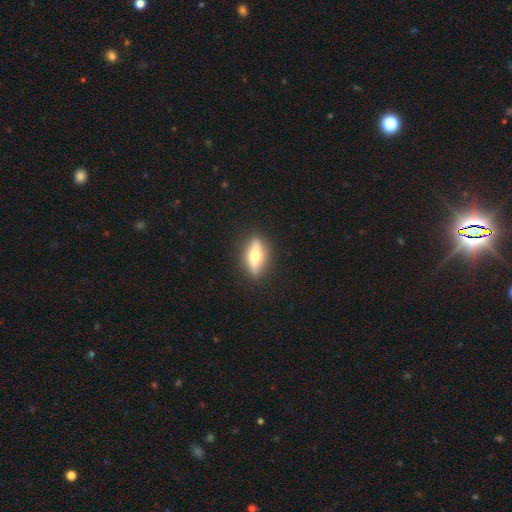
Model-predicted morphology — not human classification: A featured or disk galaxy (52%) viewed edge-on (78%).

Vote fractions:
- Smooth or featured? featured or disk: 52% / smooth: 42% / star or artifact: 6%
- Edge-on disk? yes: 78% / no: 22%
- Merging? none: 87% / minor disturbance: 9% / major disturbance: 2% / merger: 1%